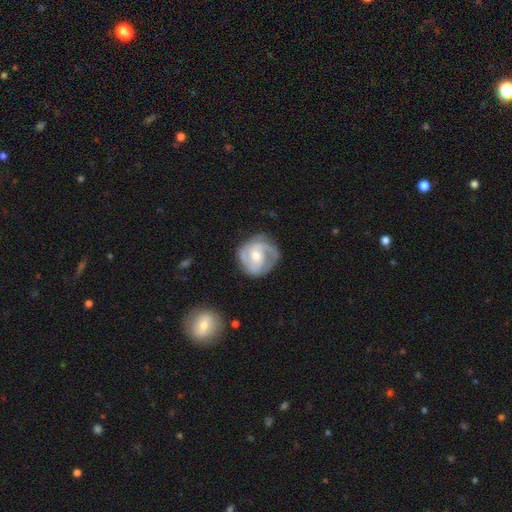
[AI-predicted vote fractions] Smooth or featured? featured or disk (80%)
Edge-on disk? no (98%)
Bar? no (49%)
Spiral arms? yes (93%)
Spiral winding? tight (50%)
Spiral arm count? 2 (49%)
Bulge size? moderate (59%)
Merging? none (71%)